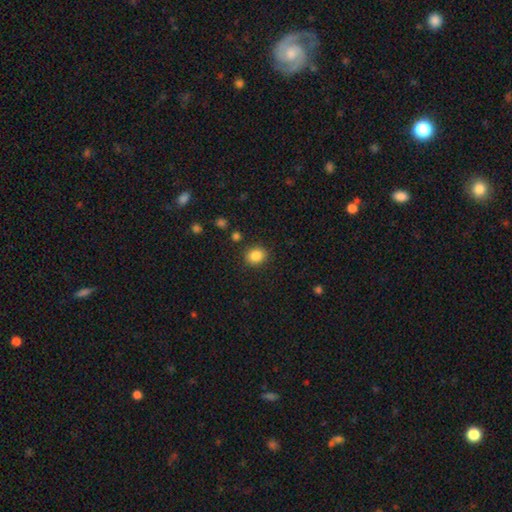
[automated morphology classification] smooth_or_featured: smooth (p=0.85) [alt: star or artifact p=0.10]
how_rounded: round (p=0.69) [alt: in between p=0.30]
merging: none (p=0.86) [alt: minor disturbance p=0.08]